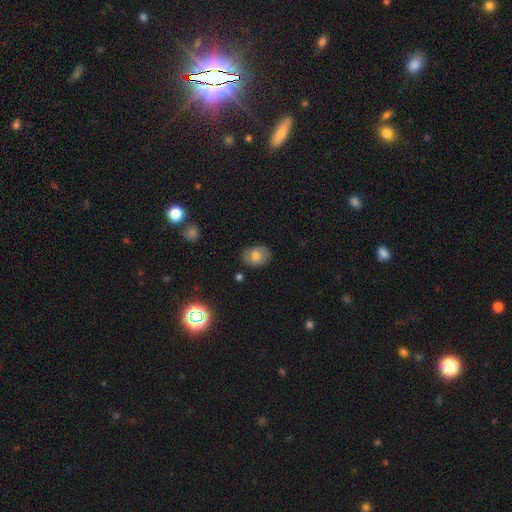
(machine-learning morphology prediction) smooth_or_featured: smooth (p=0.64) [alt: featured or disk p=0.26]
how_rounded: in between (p=0.70) [alt: round p=0.29]
merging: none (p=0.75) [alt: minor disturbance p=0.18]